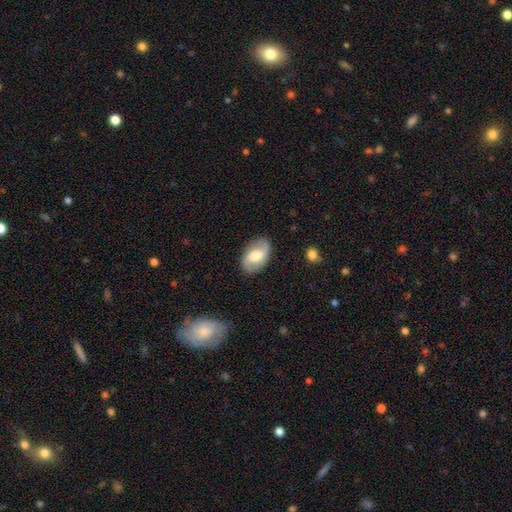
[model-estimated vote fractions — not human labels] Q: Smooth or featured?
A: featured or disk (56%); runner-up: smooth (37%)
Q: Edge-on disk?
A: no (95%); runner-up: yes (5%)
Q: Bar?
A: weak (43%); runner-up: no (39%)
Q: Spiral arms?
A: yes (79%); runner-up: no (21%)
Q: Bulge size?
A: moderate (65%); runner-up: large (18%)
Q: Merging?
A: none (83%); runner-up: minor disturbance (12%)